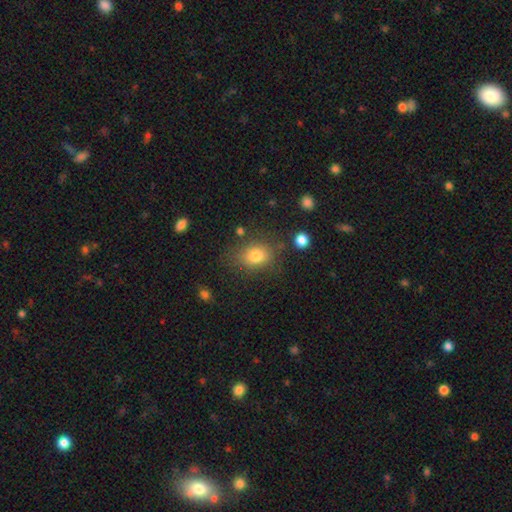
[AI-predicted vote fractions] smooth_or_featured: smooth (p=0.78) [alt: star or artifact p=0.12]
how_rounded: in between (p=0.63) [alt: round p=0.36]
merging: none (p=0.73) [alt: minor disturbance p=0.16]